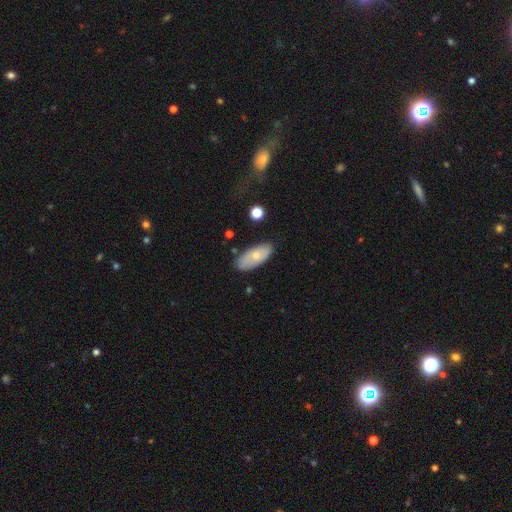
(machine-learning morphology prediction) Smooth or featured: smooth — 65% (featured or disk — 28%)
How rounded: in between — 88% (cigar-shaped — 9%)
Merging: none — 79% (minor disturbance — 15%)